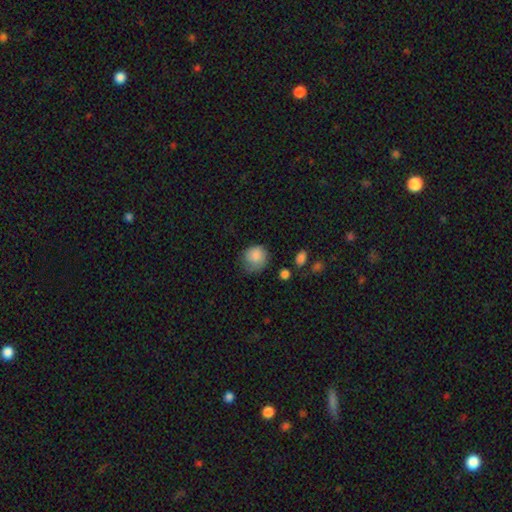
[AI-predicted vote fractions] Smooth or featured? Predicted: smooth (p=0.84). How rounded? Predicted: round (p=0.82). Merging? Predicted: none (p=0.60).